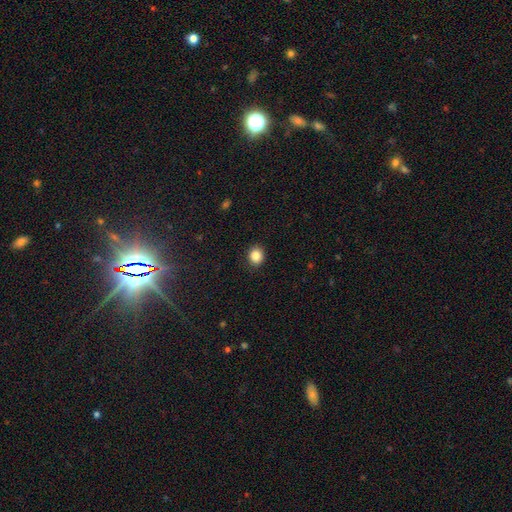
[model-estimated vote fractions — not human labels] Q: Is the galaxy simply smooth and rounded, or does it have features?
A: smooth — 85%.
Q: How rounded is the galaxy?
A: round — 76%.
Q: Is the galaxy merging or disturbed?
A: none — 90%.